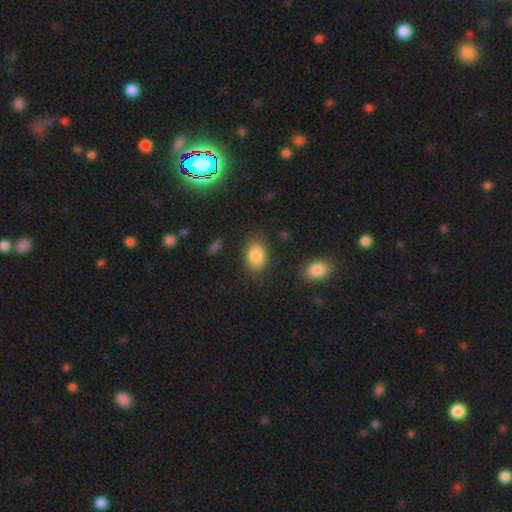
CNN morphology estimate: This appears to be a smooth galaxy with no disk features (85%) that is in between round and cigar-shaped (84%). Merging: none (82%).